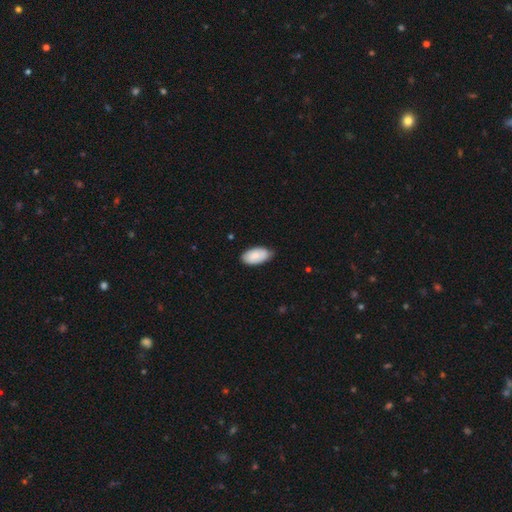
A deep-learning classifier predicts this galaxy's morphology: smooth 83%, featured or disk 11%, star or artifact 6%. Down the decision tree: how rounded — in between (95%); merging — none (73%).